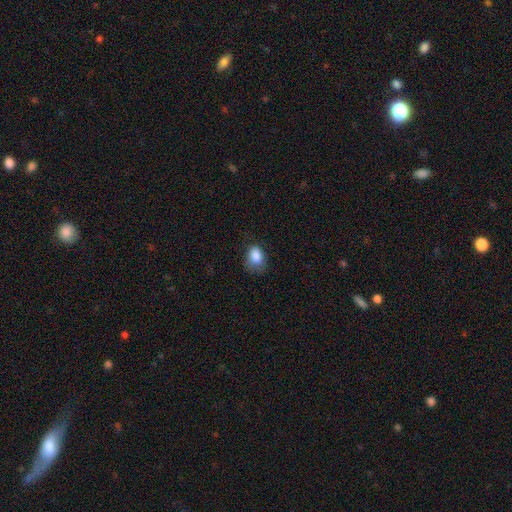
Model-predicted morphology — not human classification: This is clearly a smooth galaxy (83%). How rounded: likely in between (76%). Merging: possibly none (54%).